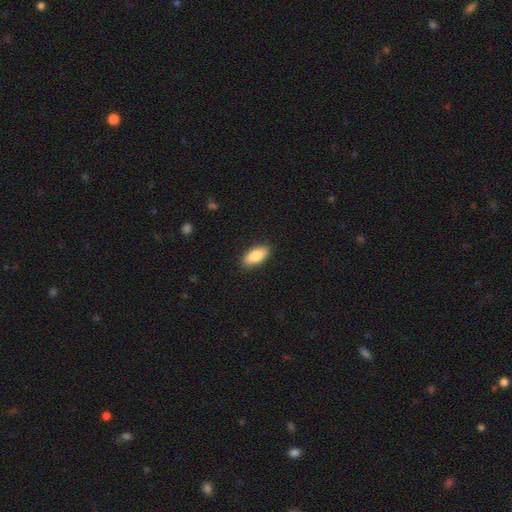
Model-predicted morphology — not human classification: A smooth galaxy with no disk features (84%) that is in between round and cigar-shaped (89%).

Vote fractions:
- Smooth or featured? smooth: 84% / featured or disk: 10% / star or artifact: 6%
- How rounded? in between: 89% / cigar-shaped: 8% / round: 3%
- Merging? none: 89% / minor disturbance: 8% / major disturbance: 2% / merger: 1%